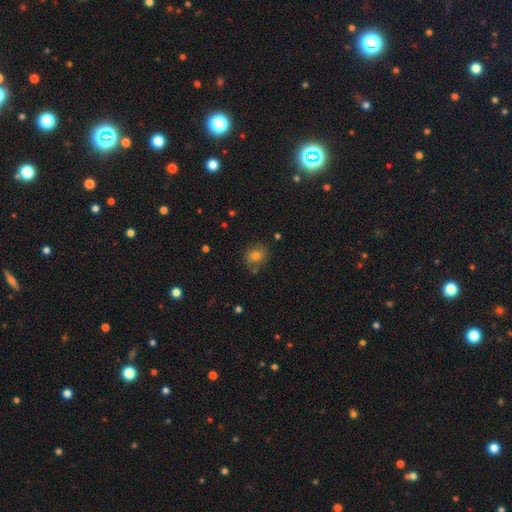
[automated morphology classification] smooth-or-featured: smooth: 74% | featured or disk: 13% | star or artifact: 13%
  how-rounded: round: 71% | in between: 28% | cigar-shaped: 1%
  merging: none: 71% | minor disturbance: 18% | major disturbance: 5% | merger: 5%